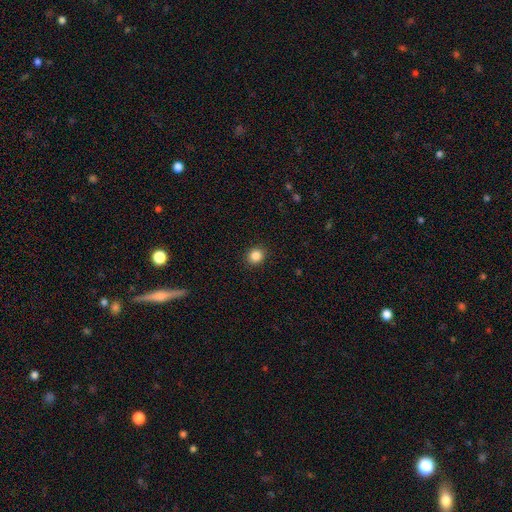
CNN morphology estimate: A smooth galaxy with no disk features (86%) that is round (80%). Merging: none (91%).